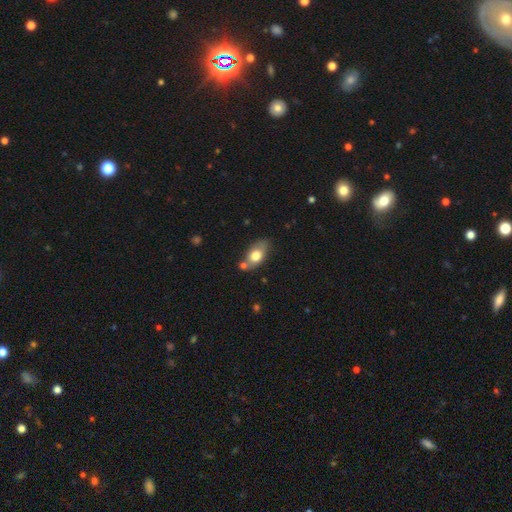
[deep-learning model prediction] smooth 72%, featured or disk 21%, star or artifact 7%. Down the decision tree: how rounded — in between (85%); merging — none (61%).